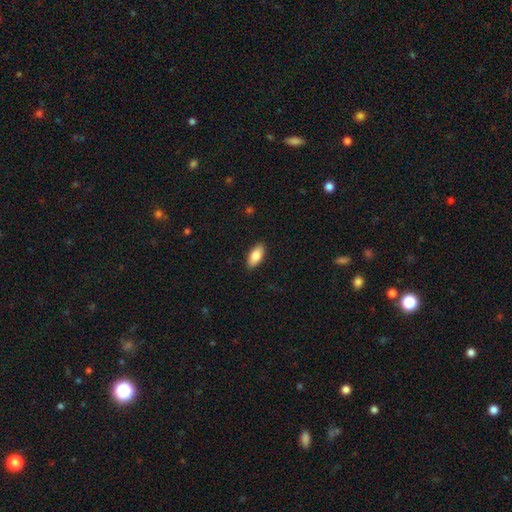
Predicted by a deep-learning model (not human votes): Smooth or featured: smooth — 82% (featured or disk — 11%)
How rounded: in between — 89% (cigar-shaped — 9%)
Merging: none — 89% (minor disturbance — 8%)